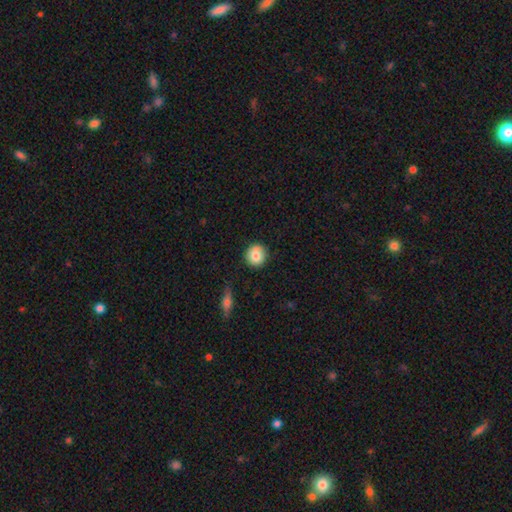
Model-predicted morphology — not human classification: Overall: smooth (82%). How rounded: round (93%). Merging: none (88%).